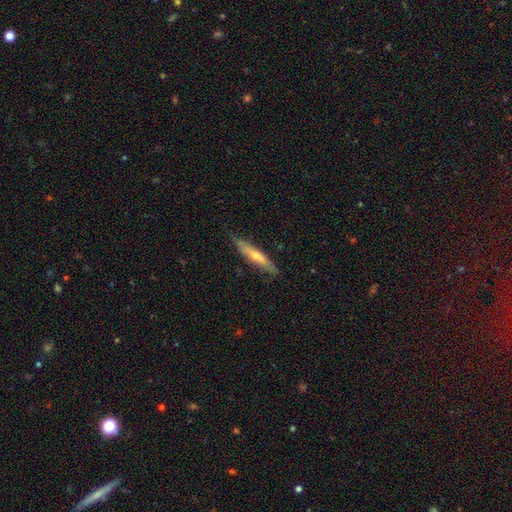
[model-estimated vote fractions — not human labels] smooth 48%, featured or disk 46%, star or artifact 6%. Down the decision tree: merging — none (83%).